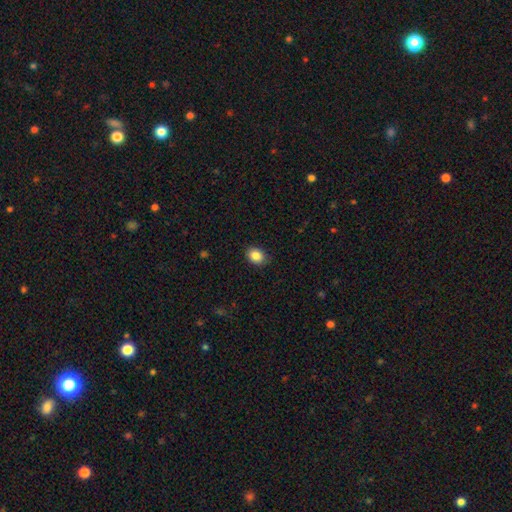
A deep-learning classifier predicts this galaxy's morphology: Smooth or featured: smooth — 86% (star or artifact — 9%)
How rounded: in between — 58% (round — 41%)
Merging: none — 87% (minor disturbance — 10%)